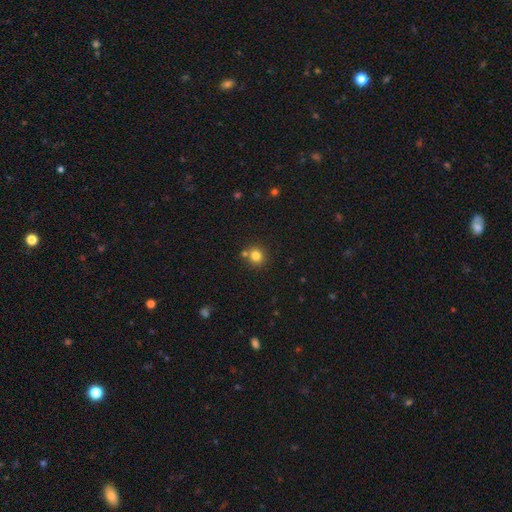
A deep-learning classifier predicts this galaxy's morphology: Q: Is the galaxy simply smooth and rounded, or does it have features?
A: smooth — 80%.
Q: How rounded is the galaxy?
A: round — 89%.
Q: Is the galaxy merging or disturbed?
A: none — 71%.